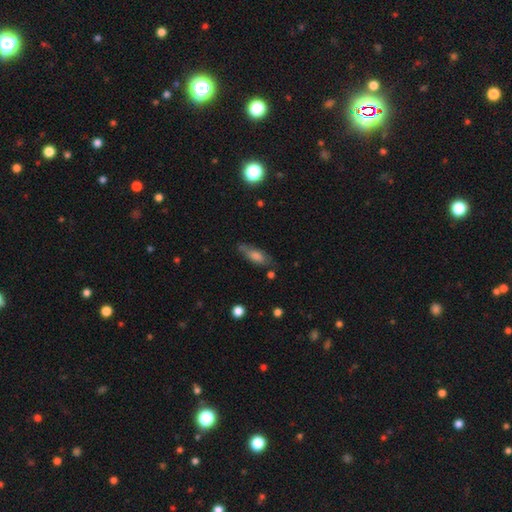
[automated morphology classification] Smooth or featured? smooth (59%)
How rounded? in between (57%)
Merging? none (71%)